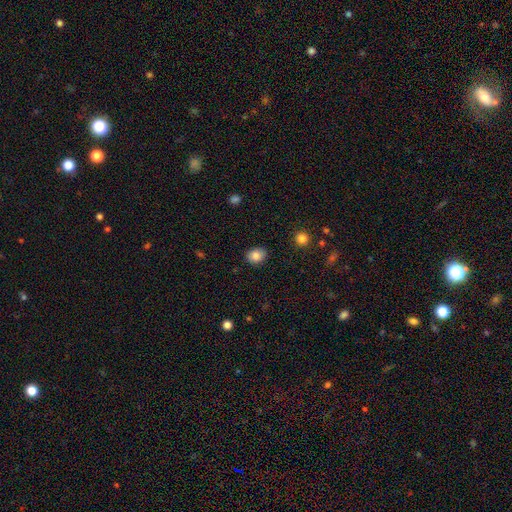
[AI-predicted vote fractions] A smooth galaxy with no disk features (84%) that is in between round and cigar-shaped (52%).

Vote fractions:
- Smooth or featured? smooth: 84% / star or artifact: 9% / featured or disk: 6%
- How rounded? in between: 52% / round: 47% / cigar-shaped: 1%
- Merging? none: 87% / minor disturbance: 10% / major disturbance: 2% / merger: 1%